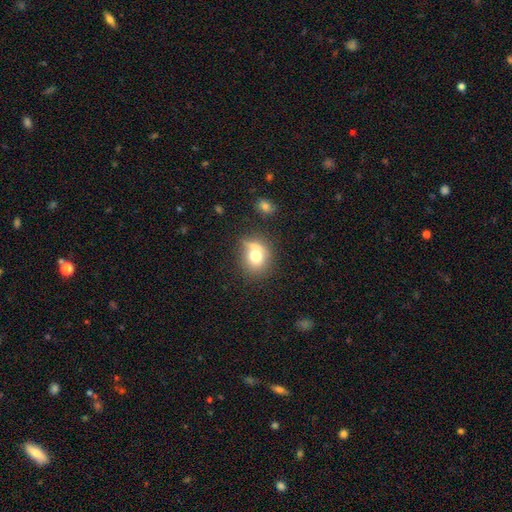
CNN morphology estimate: Q: Smooth or featured?
A: smooth (72%); runner-up: featured or disk (17%)
Q: How rounded?
A: round (71%); runner-up: in between (28%)
Q: Merging?
A: none (51%); runner-up: minor disturbance (23%)